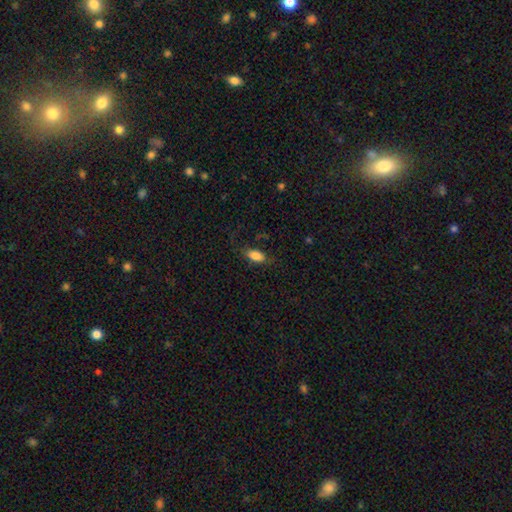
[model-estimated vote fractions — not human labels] Smooth or featured? smooth (84%)
How rounded? in between (88%)
Merging? none (75%)